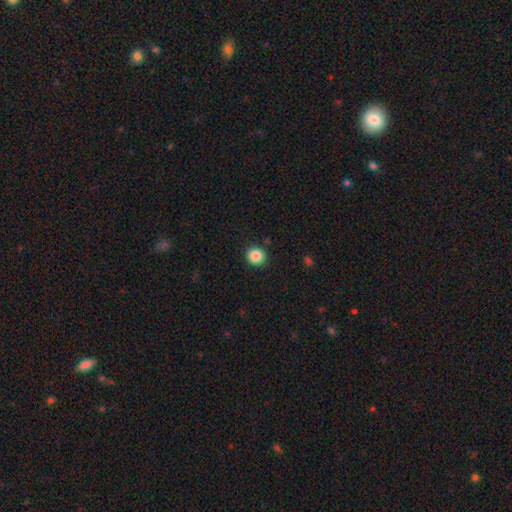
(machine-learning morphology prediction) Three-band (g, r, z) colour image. It shows a smooth galaxy with no disk features (87%) that is round (90%). Merging: none (89%).